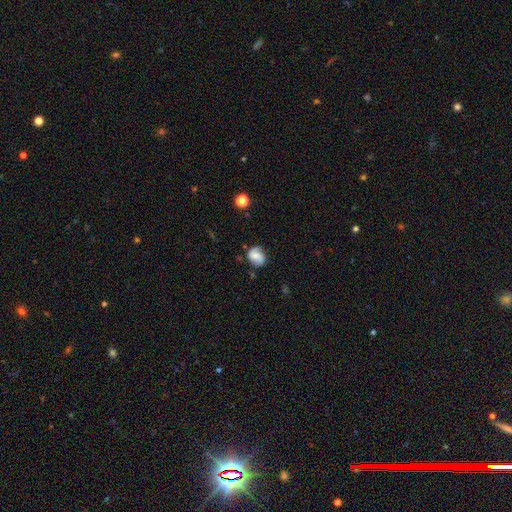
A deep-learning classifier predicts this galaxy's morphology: This appears to be a featured or disk galaxy (50%). Merging: none (67%).